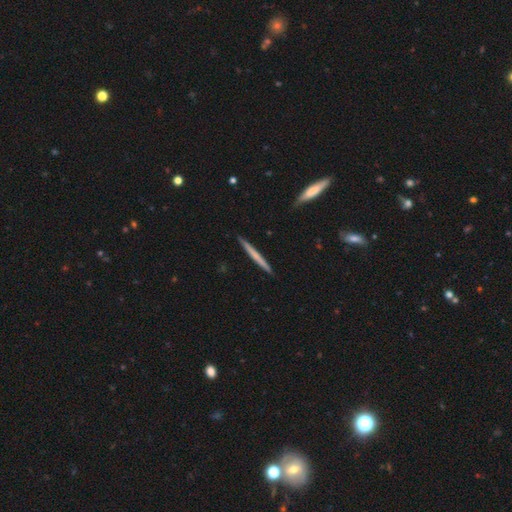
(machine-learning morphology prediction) Overall: smooth (54%; featured or disk 41%). How rounded: cigar-shaped (97%). Merging: none (91%).